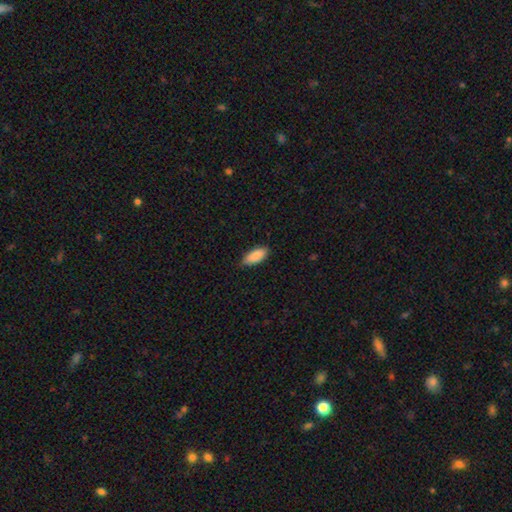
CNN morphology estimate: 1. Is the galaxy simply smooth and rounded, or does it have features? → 89% smooth, 6% star or artifact, 5% featured or disk.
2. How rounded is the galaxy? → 82% in between, 16% cigar-shaped, 2% round.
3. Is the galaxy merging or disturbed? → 85% none, 12% minor disturbance, 2% major disturbance, 1% merger.